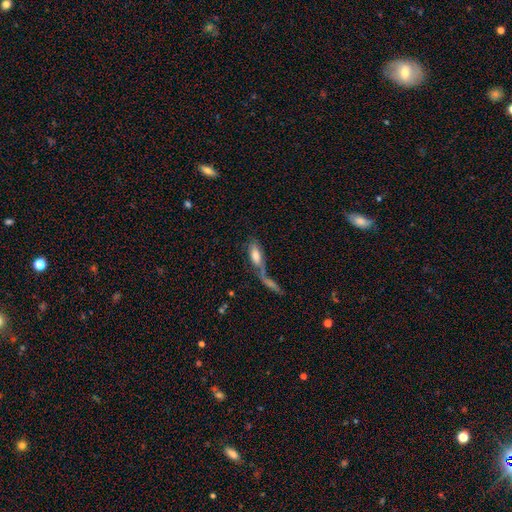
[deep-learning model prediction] A smooth galaxy with no disk features (70%) that is in between round and cigar-shaped (74%).

Vote fractions:
- Smooth or featured? smooth: 70% / featured or disk: 23% / star or artifact: 8%
- How rounded? in between: 74% / cigar-shaped: 24% / round: 3%
- Merging? merger: 50% / none: 30% / minor disturbance: 11% / major disturbance: 9%